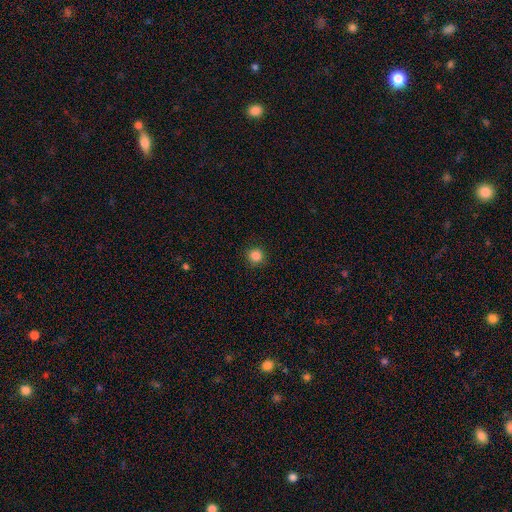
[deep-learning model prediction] Smooth or featured? smooth (85%)
How rounded? round (94%)
Merging? none (91%)